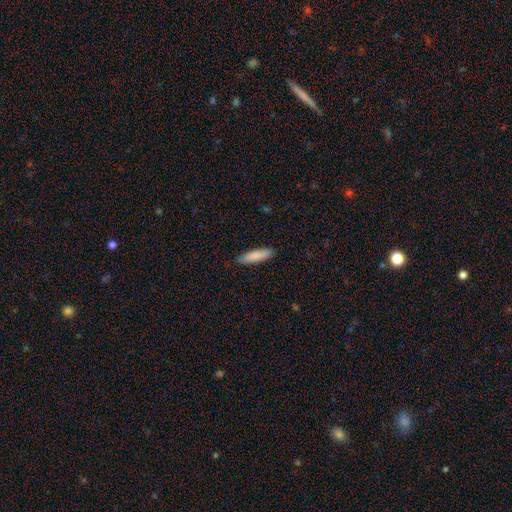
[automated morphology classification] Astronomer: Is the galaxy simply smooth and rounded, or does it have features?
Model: smooth — 85%.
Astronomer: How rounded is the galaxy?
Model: cigar-shaped — 77%.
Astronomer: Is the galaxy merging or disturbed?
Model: none — 88%.